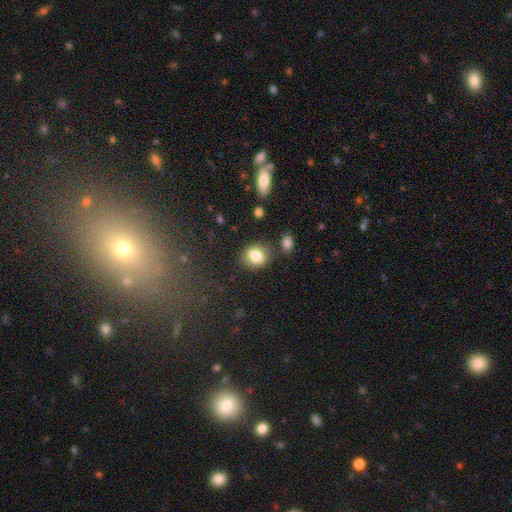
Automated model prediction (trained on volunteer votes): A smooth galaxy with no disk features (83%) that is round (68%). Merging: none (79%).